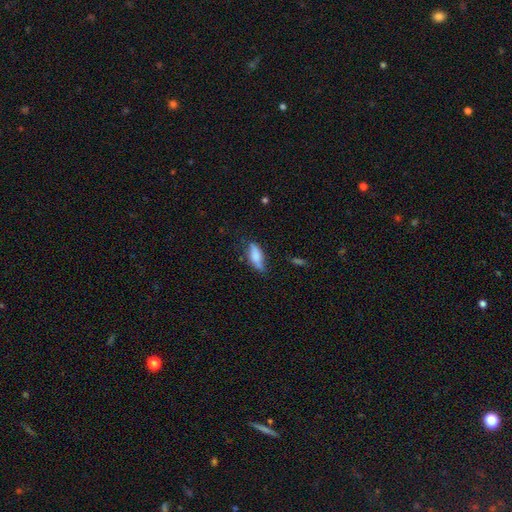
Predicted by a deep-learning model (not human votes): Q: Smooth or featured?
A: smooth (65%); runner-up: featured or disk (27%)
Q: How rounded?
A: in between (67%); runner-up: cigar-shaped (31%)
Q: Merging?
A: none (55%); runner-up: minor disturbance (32%)